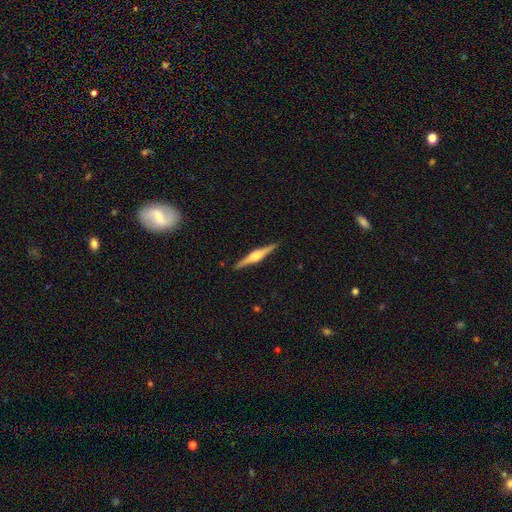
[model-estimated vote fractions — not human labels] Smooth or featured? Predicted: featured or disk (p=0.78). Edge-on disk? Predicted: yes (p=0.98). Edge-on bulge? Predicted: rounded (p=0.82). Merging? Predicted: none (p=0.92).